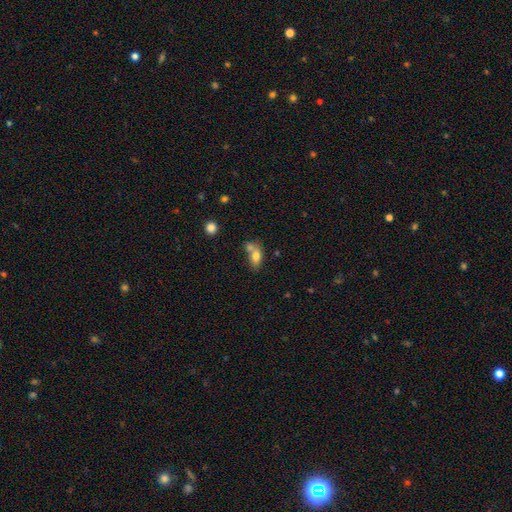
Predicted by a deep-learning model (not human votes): Smooth or featured: smooth — 74% (featured or disk — 16%)
How rounded: in between — 82% (round — 12%)
Merging: merger — 48% (none — 32%)